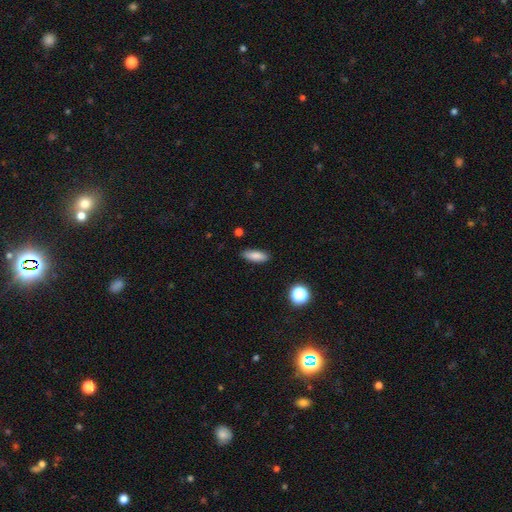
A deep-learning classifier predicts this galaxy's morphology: This appears to be a smooth galaxy with no disk features (83%) that is in between round and cigar-shaped (67%). Merging: none (86%).